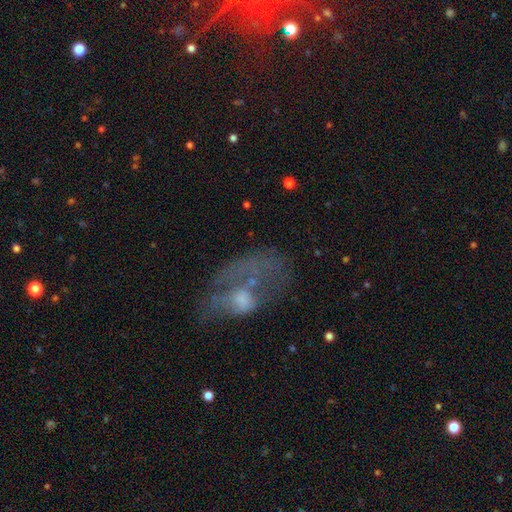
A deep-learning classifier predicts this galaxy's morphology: Q: Smooth or featured?
A: featured or disk (46%); runner-up: smooth (37%)
Q: Merging?
A: major disturbance (49%); runner-up: none (25%)